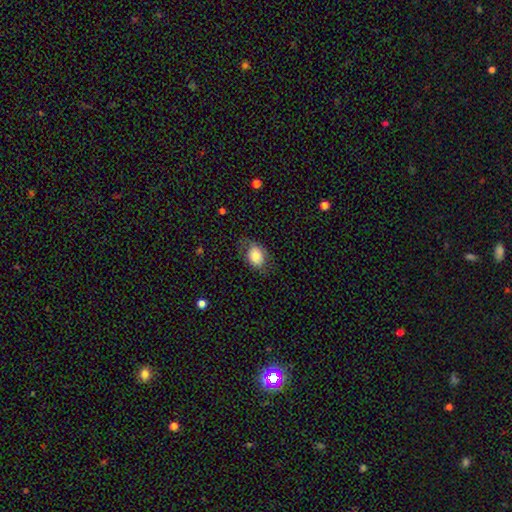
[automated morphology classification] A smooth galaxy with no disk features (76%) that is in between round and cigar-shaped (70%).

Vote fractions:
- Smooth or featured? smooth: 76% / featured or disk: 16% / star or artifact: 8%
- How rounded? in between: 70% / round: 29% / cigar-shaped: 1%
- Merging? none: 63% / minor disturbance: 24% / major disturbance: 12% / merger: 1%